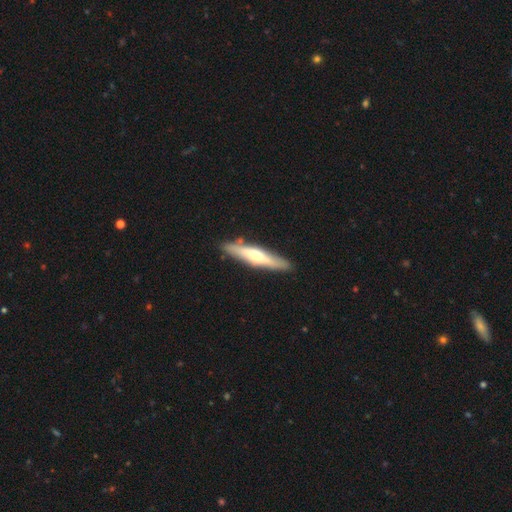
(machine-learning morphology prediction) featured or disk 53%, smooth 42%, star or artifact 5%. Down the decision tree: edge-on disk — yes (89%); merging — none (86%).